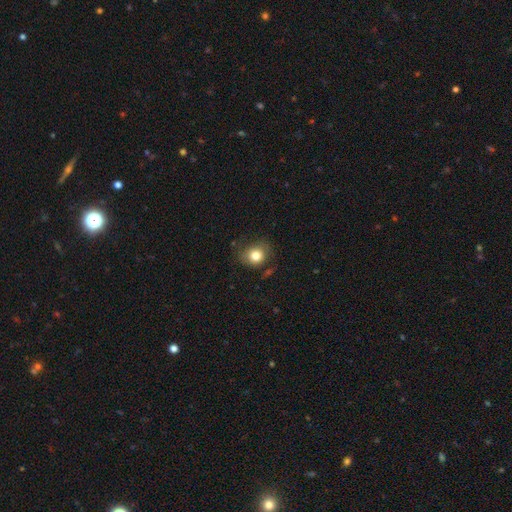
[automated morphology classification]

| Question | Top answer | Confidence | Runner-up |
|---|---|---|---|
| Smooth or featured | smooth | 80% | featured or disk (10%) |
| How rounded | round | 71% | in between (28%) |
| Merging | none | 68% | minor disturbance (21%) |